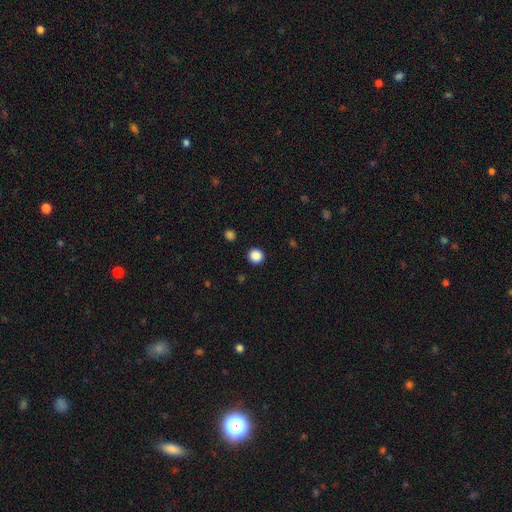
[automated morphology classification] This appears to be a smooth galaxy with no disk features (87%) that is round (95%). Merging: none (92%).